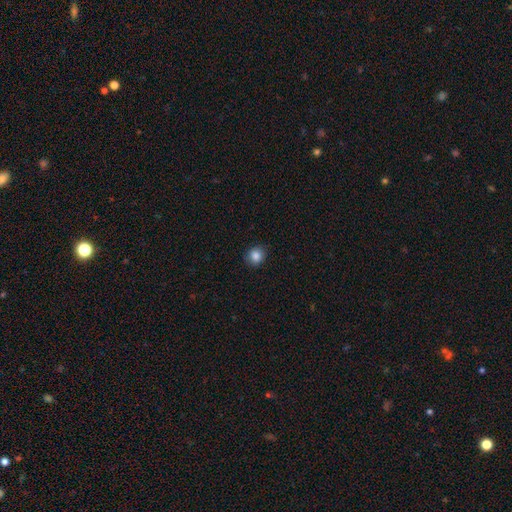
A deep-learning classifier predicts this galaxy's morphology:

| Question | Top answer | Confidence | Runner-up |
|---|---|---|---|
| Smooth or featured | smooth | 86% | star or artifact (10%) |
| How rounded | round | 84% | in between (15%) |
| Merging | none | 89% | minor disturbance (8%) |